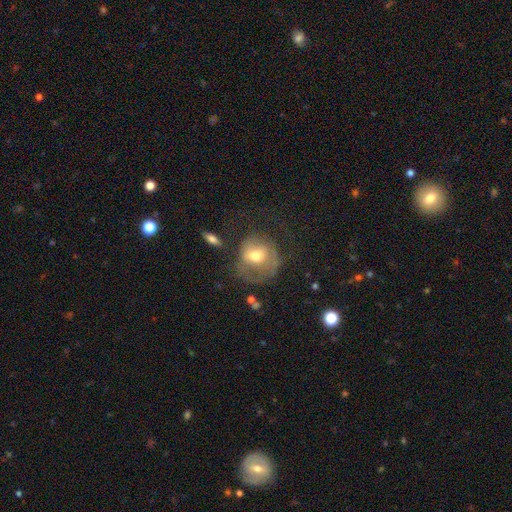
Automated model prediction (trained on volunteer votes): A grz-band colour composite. It shows a smooth galaxy with no disk features (51%) that is round (70%). Merging: major disturbance (39%).